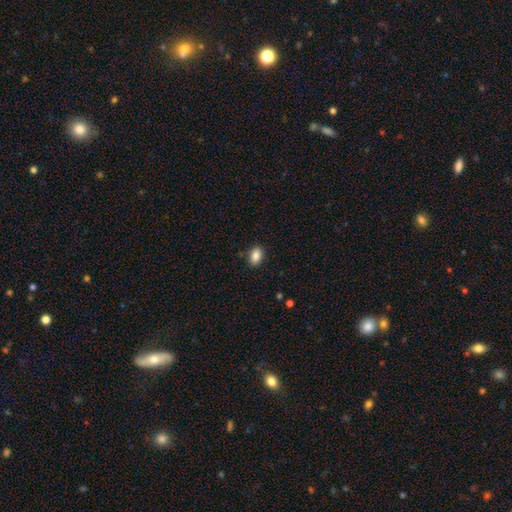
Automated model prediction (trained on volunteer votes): A smooth galaxy with no disk features (87%) that is in between round and cigar-shaped (87%).

Vote fractions:
- Smooth or featured? smooth: 87% / star or artifact: 8% / featured or disk: 5%
- How rounded? in between: 87% / round: 11% / cigar-shaped: 2%
- Merging? none: 87% / minor disturbance: 9% / major disturbance: 2% / merger: 1%